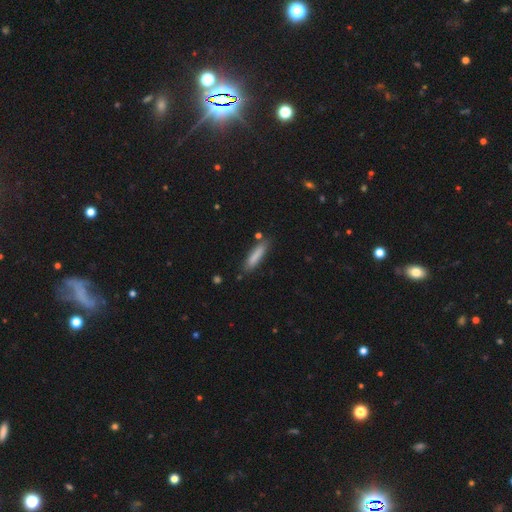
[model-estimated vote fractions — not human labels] Morphology: type=smooth (83%); roundness=cigar-shaped (80%); merging=none (81%).